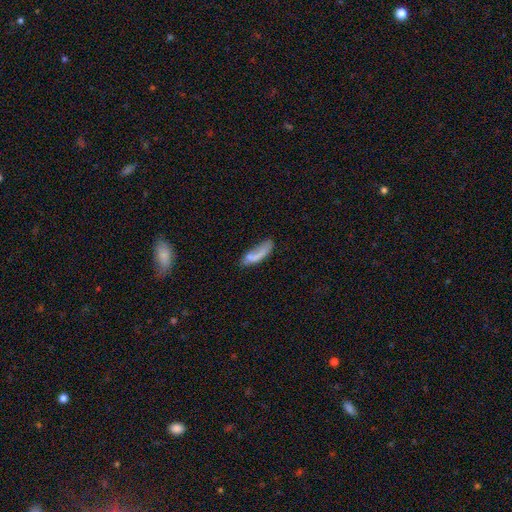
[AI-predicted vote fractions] A smooth galaxy with no disk features (66%) that is in between round and cigar-shaped (57%). Merging: none (37%).